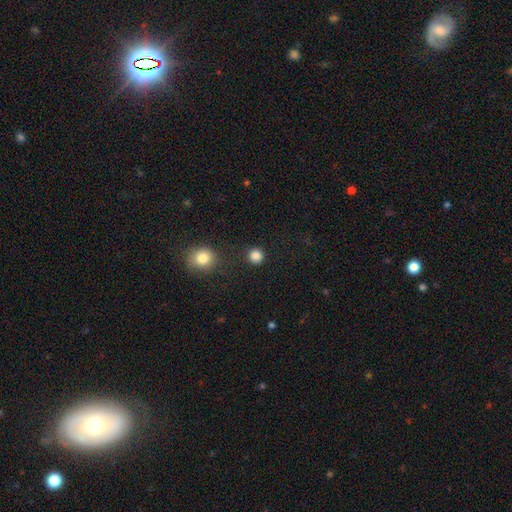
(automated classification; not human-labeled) Q: Smooth or featured?
A: smooth (85%); runner-up: star or artifact (12%)
Q: How rounded?
A: round (93%); runner-up: in between (6%)
Q: Merging?
A: none (88%); runner-up: minor disturbance (6%)